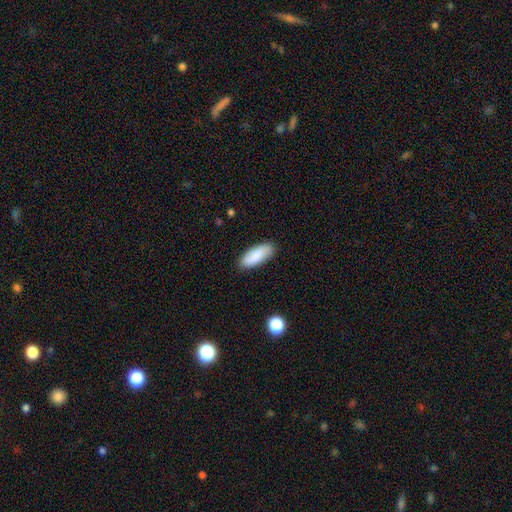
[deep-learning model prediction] smooth-or-featured: smooth: 84% | featured or disk: 10% | star or artifact: 6%
  how-rounded: in between: 75% | cigar-shaped: 23% | round: 2%
  merging: none: 88% | minor disturbance: 9% | major disturbance: 2% | merger: 1%